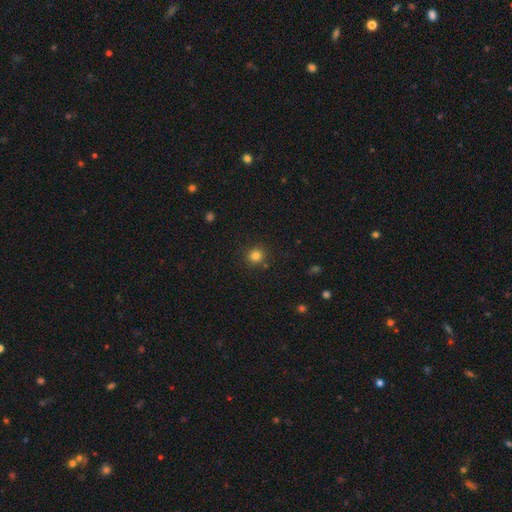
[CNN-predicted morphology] Smooth or featured?
  - smooth: 81% *
  - star or artifact: 13%
  - featured or disk: 5%
How rounded?
  - round: 91% *
  - in between: 9%
  - cigar-shaped: 1%
Merging?
  - none: 86% *
  - minor disturbance: 8%
  - merger: 4%
  - major disturbance: 3%